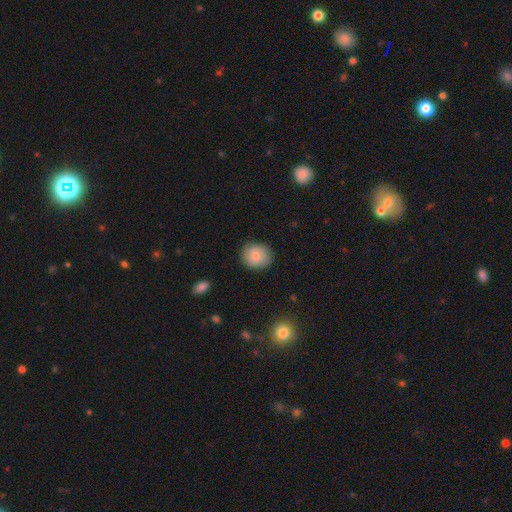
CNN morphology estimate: This is likely a smooth galaxy (71%). How rounded: likely round (71%). Merging: clearly none (83%).